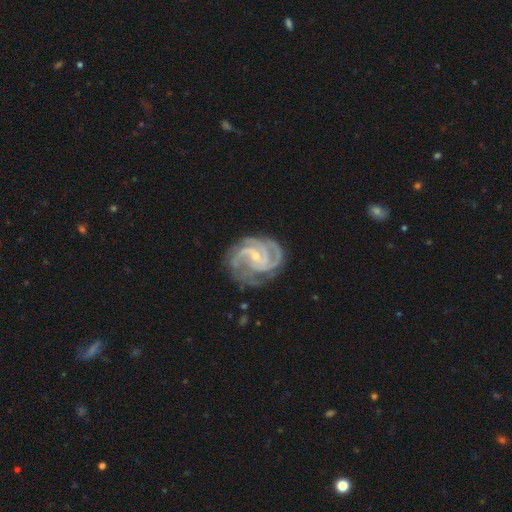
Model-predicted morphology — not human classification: featured or disk 93%, star or artifact 4%, smooth 3%. Down the decision tree: edge-on disk — no (98%); bar — weak (46%); spiral arms — yes (99%); spiral arm count — 3 (42%); spiral winding — tight (53%); bulge size — small (74%); merging — none (72%).